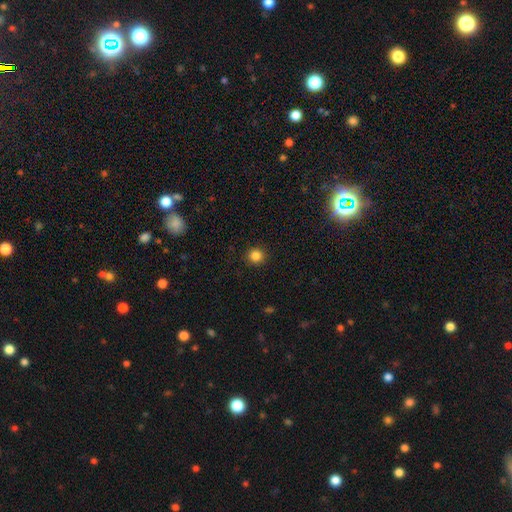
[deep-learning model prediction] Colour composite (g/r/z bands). It shows a smooth galaxy with no disk features (84%) that is round (90%). Merging: none (91%).